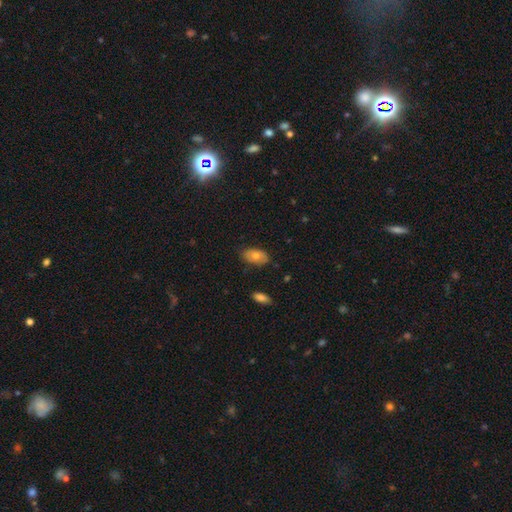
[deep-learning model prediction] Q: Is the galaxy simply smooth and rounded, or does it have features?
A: smooth — 71%.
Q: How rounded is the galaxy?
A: in between — 92%.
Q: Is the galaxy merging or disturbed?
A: none — 81%.